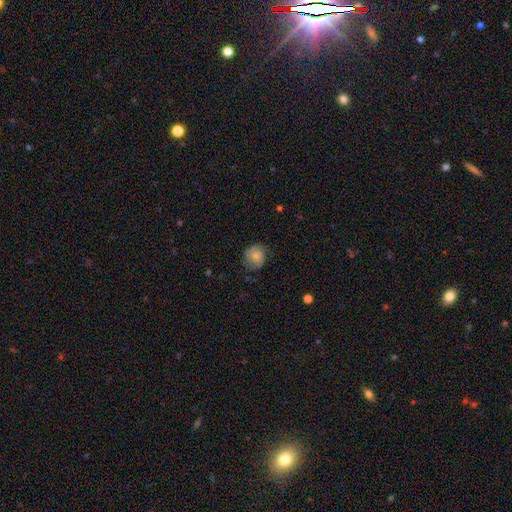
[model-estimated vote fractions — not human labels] A smooth galaxy with no disk features (76%) that is round (76%).

Vote fractions:
- Smooth or featured? smooth: 76% / featured or disk: 16% / star or artifact: 8%
- How rounded? round: 76% / in between: 23% / cigar-shaped: 1%
- Merging? none: 67% / minor disturbance: 24% / major disturbance: 8% / merger: 1%